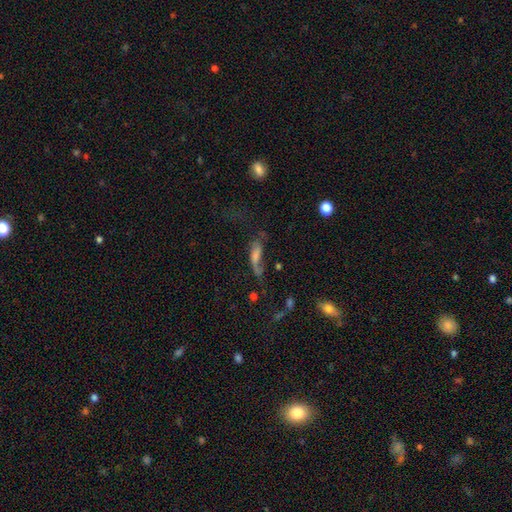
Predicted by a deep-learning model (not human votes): smooth 51%, featured or disk 34%, star or artifact 15%. Down the decision tree: how rounded — in between (49%); merging — major disturbance (41%).